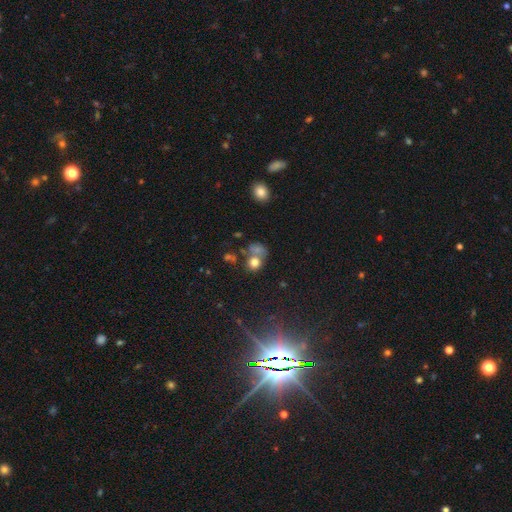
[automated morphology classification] The model was most divided on "merging": none: 43%, merger: 36%, minor disturbance: 12%, major disturbance: 9%. More confident: how rounded — round (71%); smooth or featured — smooth (58%).